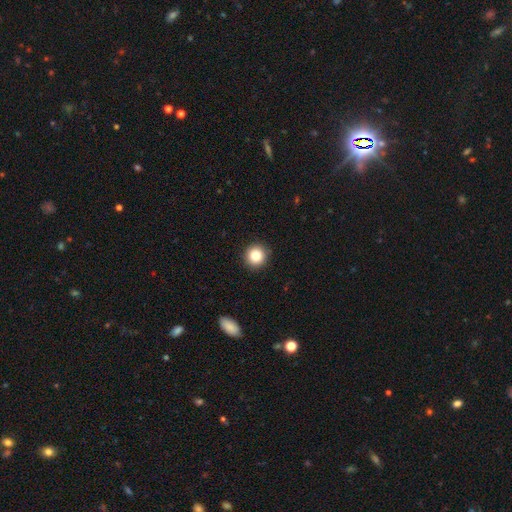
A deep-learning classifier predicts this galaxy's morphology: This is clearly a smooth galaxy (83%). How rounded: clearly round (94%). Merging: clearly none (92%).